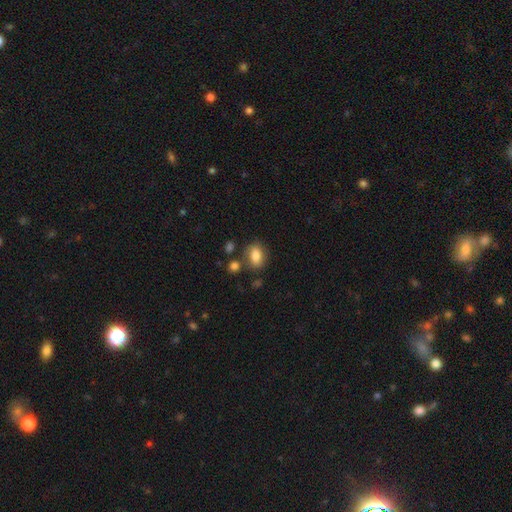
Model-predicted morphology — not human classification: This appears to be a smooth galaxy with no disk features (80%) that is in between round and cigar-shaped (76%). Merging: none (70%).